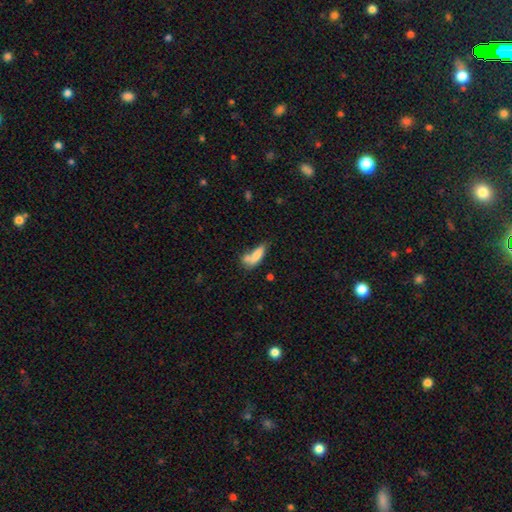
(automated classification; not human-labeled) smooth_or_featured: smooth (p=0.75) [alt: featured or disk p=0.17]
how_rounded: in between (p=0.56) [alt: cigar-shaped p=0.41]
merging: merger (p=0.35) [alt: none p=0.32]